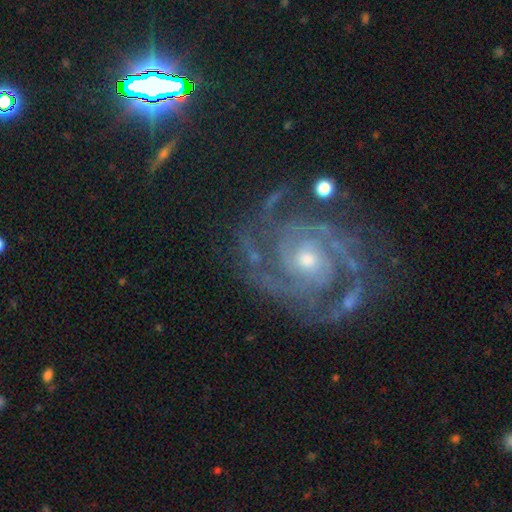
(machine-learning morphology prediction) Q: Smooth or featured?
A: featured or disk (92%); runner-up: star or artifact (6%)
Q: Edge-on disk?
A: no (98%); runner-up: yes (2%)
Q: Bar?
A: no (70%); runner-up: weak (22%)
Q: Spiral arms?
A: yes (99%); runner-up: no (1%)
Q: Spiral winding?
A: tight (67%); runner-up: medium (29%)
Q: Spiral arm count?
A: 2 (47%); runner-up: 3 (23%)
Q: Bulge size?
A: small (54%); runner-up: moderate (42%)
Q: Merging?
A: none (73%); runner-up: minor disturbance (17%)